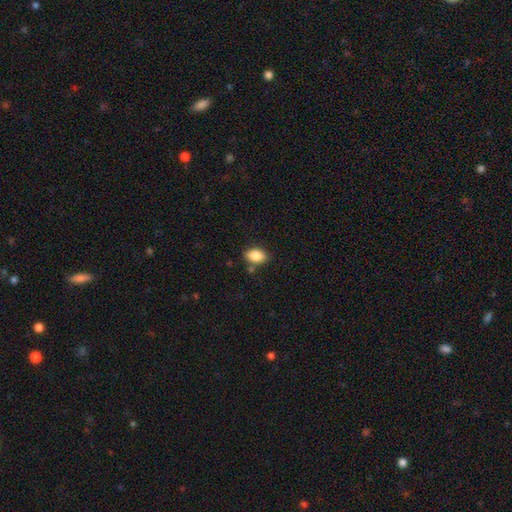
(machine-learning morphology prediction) Overall: smooth (87%). How rounded: in between (88%). Merging: none (79%).